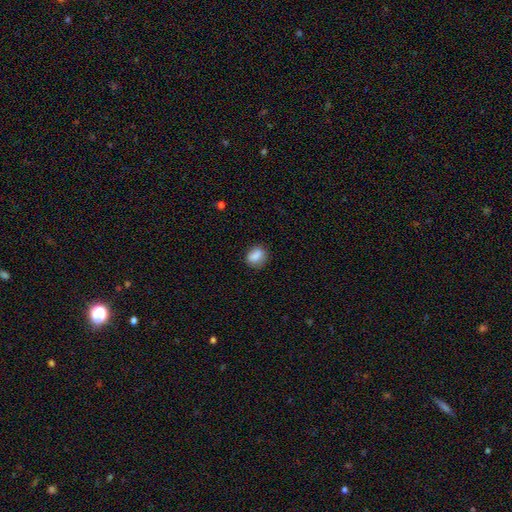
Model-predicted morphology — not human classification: type=smooth (83%); roundness=in between (51%); merging=none (75%).